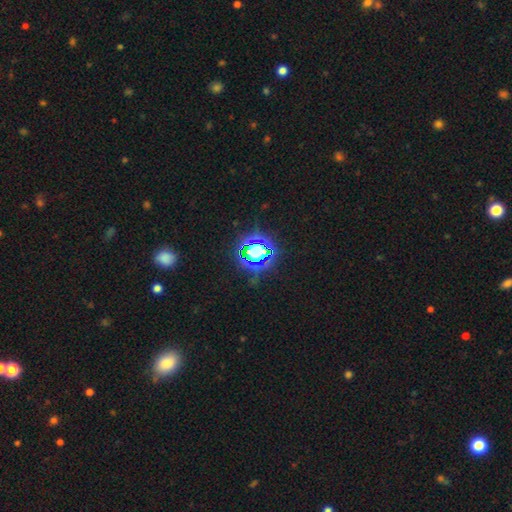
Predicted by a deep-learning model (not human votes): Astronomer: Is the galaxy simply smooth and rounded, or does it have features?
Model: star or artifact — 78%.